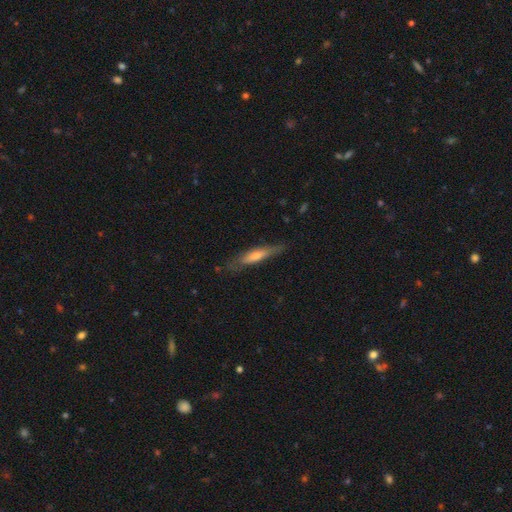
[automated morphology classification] Smooth or featured? smooth (49%)
Merging? none (74%)